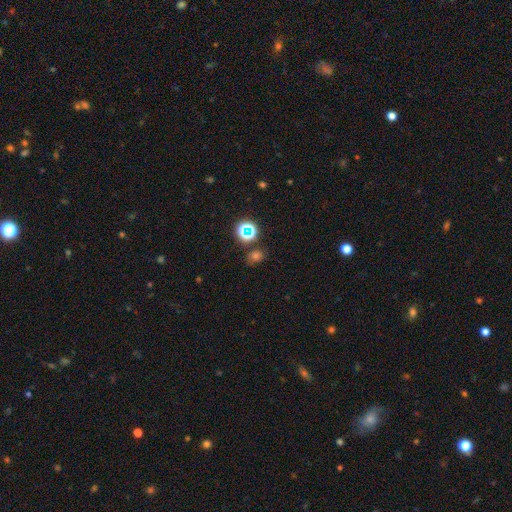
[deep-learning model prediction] Overall: smooth (50%; star or artifact 41%). Merging: none (76%).